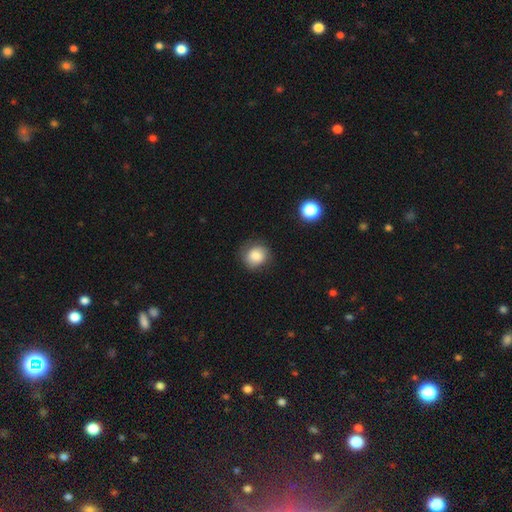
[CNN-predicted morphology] The model was most divided on "merging": none: 72%, minor disturbance: 20%, major disturbance: 6%, merger: 1%. More confident: smooth or featured — smooth (80%); how rounded — round (78%).